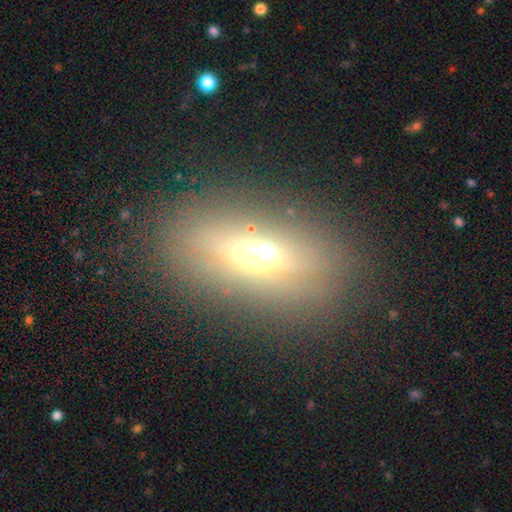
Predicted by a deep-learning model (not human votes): Smooth or featured?
  - smooth: 46% *
  - featured or disk: 35%
  - star or artifact: 19%
Merging?
  - none: 75% *
  - minor disturbance: 13%
  - major disturbance: 8%
  - merger: 5%